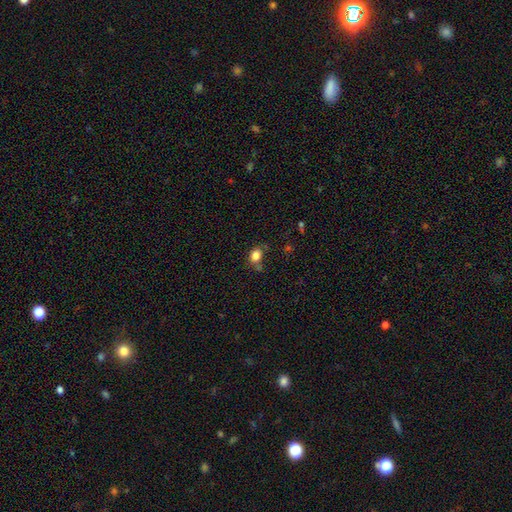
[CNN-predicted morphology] smooth_or_featured: smooth (p=0.83) [alt: star or artifact p=0.11]
how_rounded: in between (p=0.58) [alt: round p=0.41]
merging: none (p=0.63) [alt: minor disturbance p=0.21]